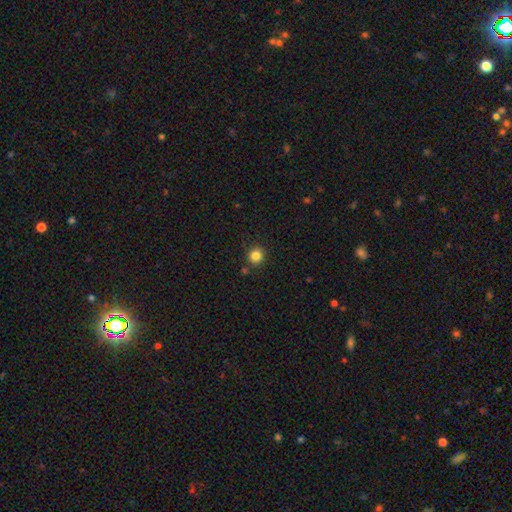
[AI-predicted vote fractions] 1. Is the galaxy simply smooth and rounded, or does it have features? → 84% smooth, 12% star or artifact, 4% featured or disk.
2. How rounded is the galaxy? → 92% round, 7% in between, 1% cigar-shaped.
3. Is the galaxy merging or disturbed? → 86% none, 7% minor disturbance, 5% merger, 2% major disturbance.